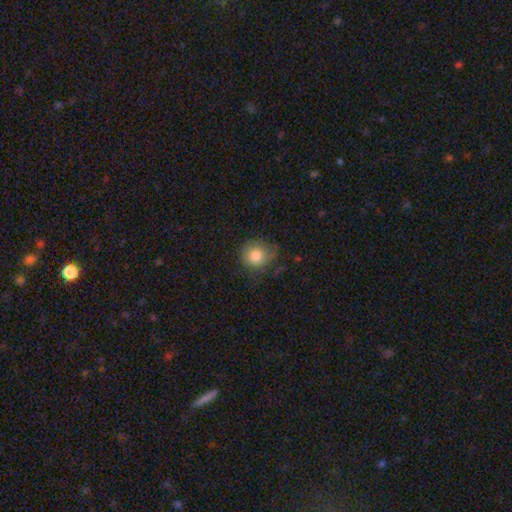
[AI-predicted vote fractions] Smooth or featured: smooth — 81% (featured or disk — 11%)
How rounded: round — 81% (in between — 19%)
Merging: none — 60% (minor disturbance — 28%)